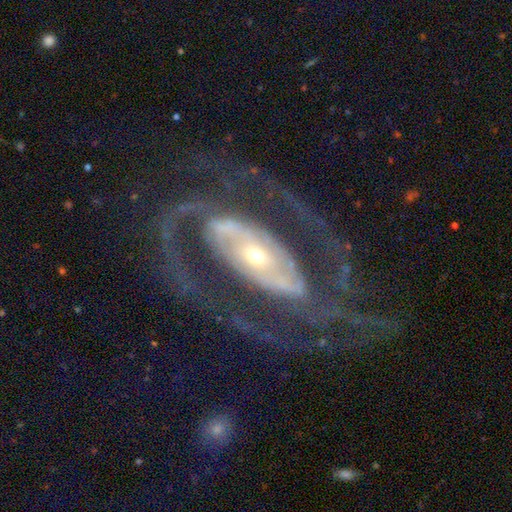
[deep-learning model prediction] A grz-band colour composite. It shows a featured or disk galaxy (90%) with a strong bar (41%), 2 (75%) medium (47%) spiral arms (94%) and a small central bulge (59%). Merging: none (68%).